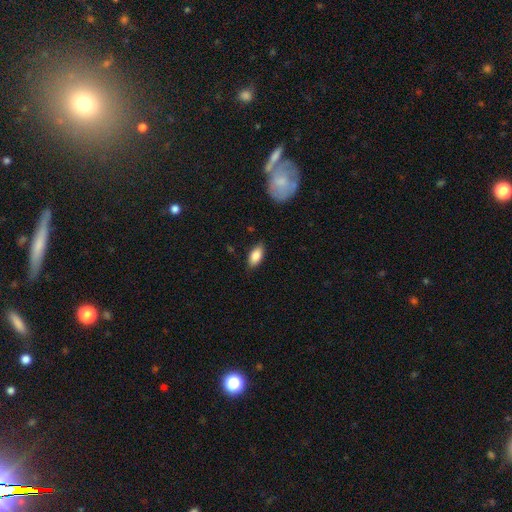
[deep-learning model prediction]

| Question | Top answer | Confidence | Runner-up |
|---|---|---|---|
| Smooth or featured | smooth | 85% | featured or disk (9%) |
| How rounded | in between | 90% | cigar-shaped (7%) |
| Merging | none | 84% | minor disturbance (12%) |